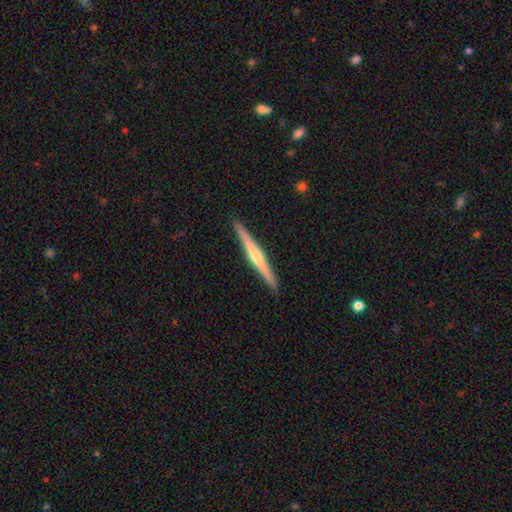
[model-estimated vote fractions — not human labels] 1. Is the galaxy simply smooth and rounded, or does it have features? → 71% featured or disk, 24% smooth, 5% star or artifact.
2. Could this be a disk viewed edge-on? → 98% yes, 2% no.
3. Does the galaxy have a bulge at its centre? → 74% rounded, 18% none, 8% boxy.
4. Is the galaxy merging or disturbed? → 92% none, 6% minor disturbance, 1% major disturbance, 1% merger.